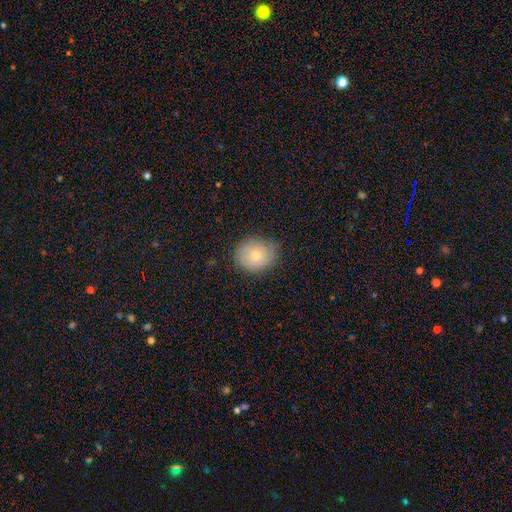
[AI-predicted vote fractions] Overall: smooth (70%). How rounded: round (69%; in between 30%). Merging: none (79%).